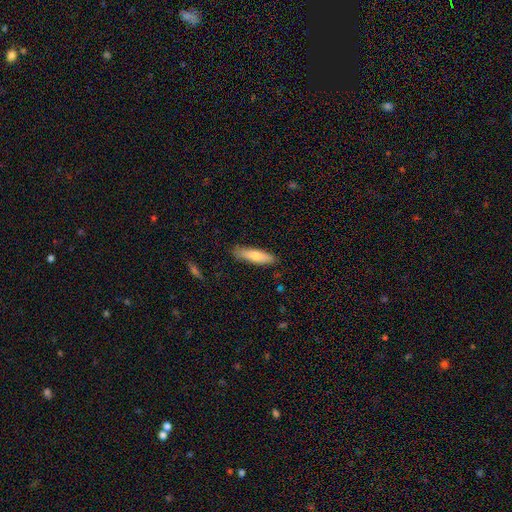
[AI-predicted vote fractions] This appears to be a smooth galaxy with no disk features (74%) that is cigar-shaped (71%). Merging: none (86%).